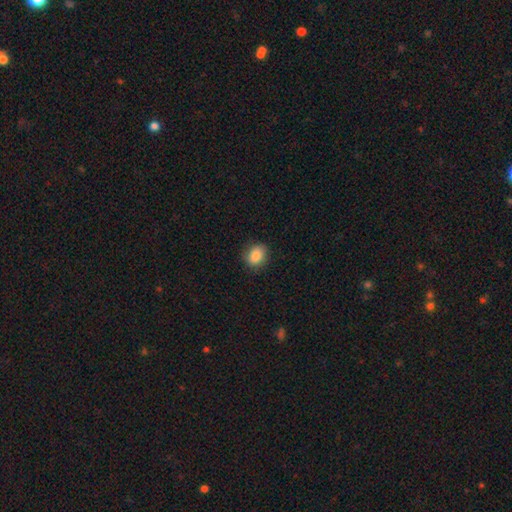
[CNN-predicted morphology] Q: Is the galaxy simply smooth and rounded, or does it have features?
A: smooth — 86%.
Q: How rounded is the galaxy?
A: in between — 52%.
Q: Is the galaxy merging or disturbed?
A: none — 83%.